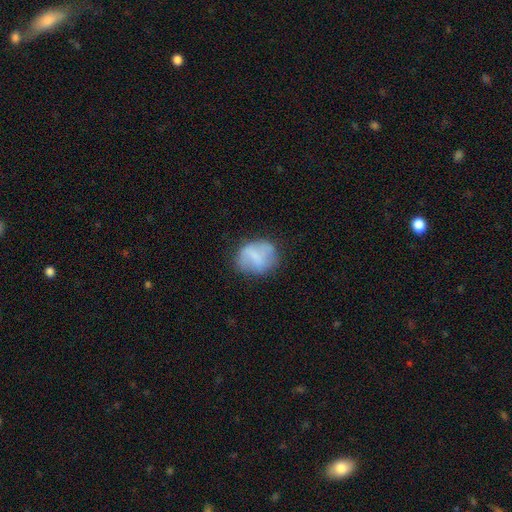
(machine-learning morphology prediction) smooth-or-featured: smooth: 60% | featured or disk: 32% | star or artifact: 8%
  how-rounded: round: 59% | in between: 39% | cigar-shaped: 1%
  merging: none: 60% | minor disturbance: 25% | major disturbance: 12% | merger: 2%